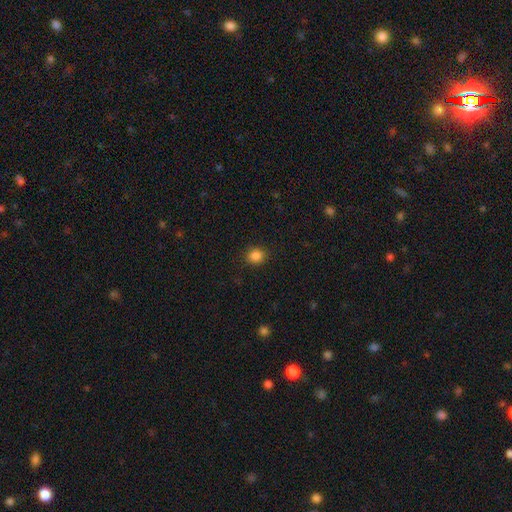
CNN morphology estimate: smooth_or_featured: smooth (p=0.85) [alt: star or artifact p=0.12]
how_rounded: round (p=0.75) [alt: in between p=0.24]
merging: none (p=0.89) [alt: minor disturbance p=0.08]